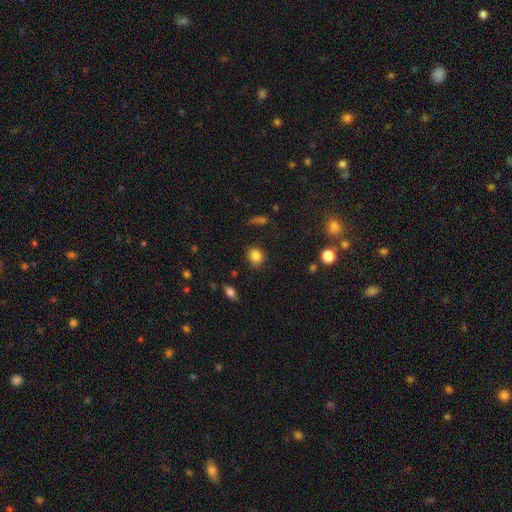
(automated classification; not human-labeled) Smooth or featured?
  - smooth: 85% *
  - star or artifact: 10%
  - featured or disk: 5%
How rounded?
  - round: 76% *
  - in between: 23%
  - cigar-shaped: 1%
Merging?
  - none: 85% *
  - minor disturbance: 10%
  - major disturbance: 4%
  - merger: 2%